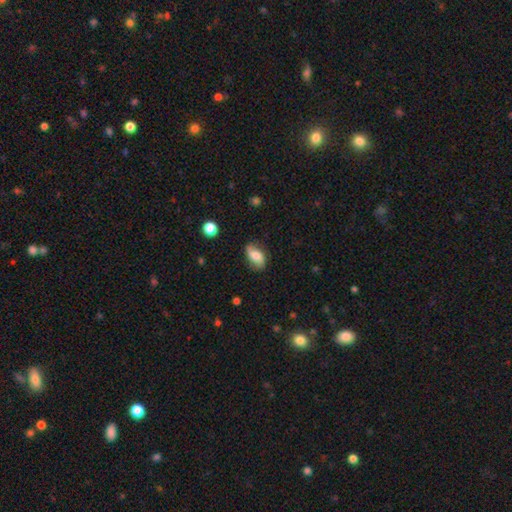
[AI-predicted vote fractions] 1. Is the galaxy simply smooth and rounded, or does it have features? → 63% smooth, 29% featured or disk, 8% star or artifact.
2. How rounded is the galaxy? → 89% in between, 7% round, 3% cigar-shaped.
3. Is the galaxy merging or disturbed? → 68% none, 24% minor disturbance, 6% major disturbance, 2% merger.